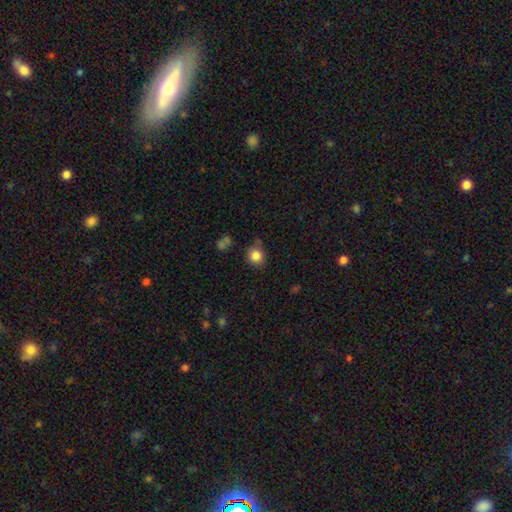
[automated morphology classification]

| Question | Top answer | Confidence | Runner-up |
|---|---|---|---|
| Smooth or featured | smooth | 84% | star or artifact (11%) |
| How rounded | round | 86% | in between (13%) |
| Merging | none | 73% | minor disturbance (18%) |